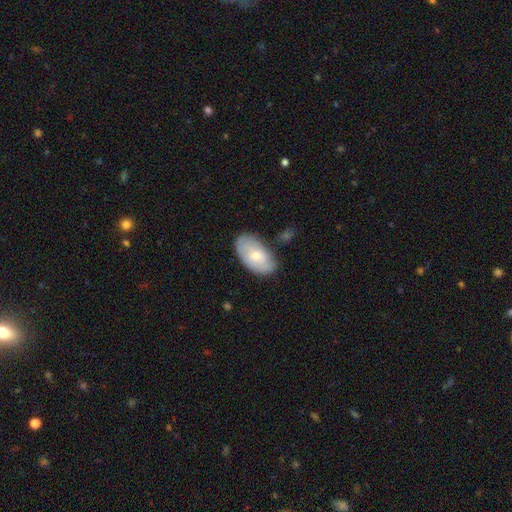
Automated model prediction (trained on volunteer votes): This is possibly a smooth galaxy (58%). How rounded: clearly in between (94%). Merging: likely none (72%).